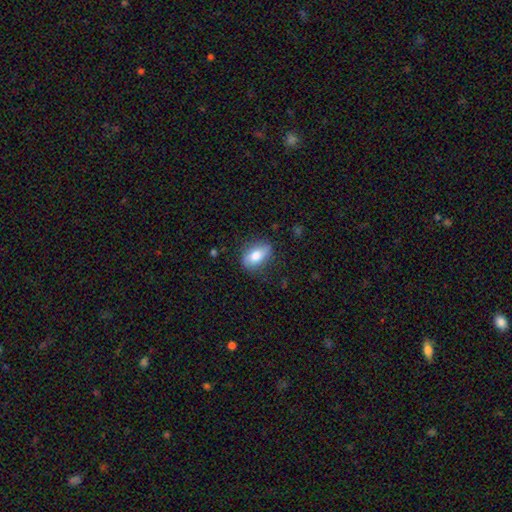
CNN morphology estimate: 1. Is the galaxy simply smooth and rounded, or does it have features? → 73% smooth, 20% featured or disk, 7% star or artifact.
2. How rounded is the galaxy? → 85% in between, 11% round, 4% cigar-shaped.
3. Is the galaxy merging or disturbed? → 74% none, 20% minor disturbance, 5% major disturbance, 1% merger.